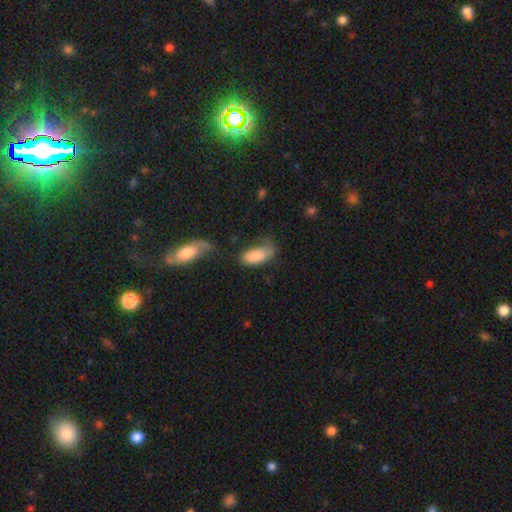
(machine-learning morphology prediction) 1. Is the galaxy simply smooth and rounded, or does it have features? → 83% smooth, 10% featured or disk, 7% star or artifact.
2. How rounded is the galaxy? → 90% in between, 7% cigar-shaped, 2% round.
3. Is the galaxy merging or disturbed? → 38% none, 33% minor disturbance, 20% major disturbance, 9% merger.